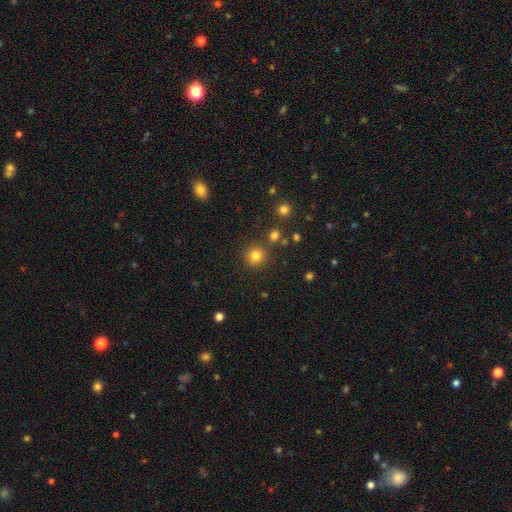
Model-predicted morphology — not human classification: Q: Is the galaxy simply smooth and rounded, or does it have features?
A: smooth — 81%.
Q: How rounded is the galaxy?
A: round — 93%.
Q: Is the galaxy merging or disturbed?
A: none — 85%.